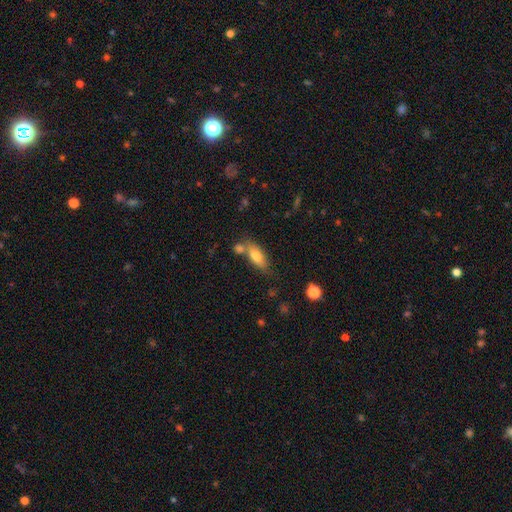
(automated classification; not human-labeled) smooth 76%, featured or disk 17%, star or artifact 8%. Down the decision tree: how rounded — in between (76%); merging — none (54%).